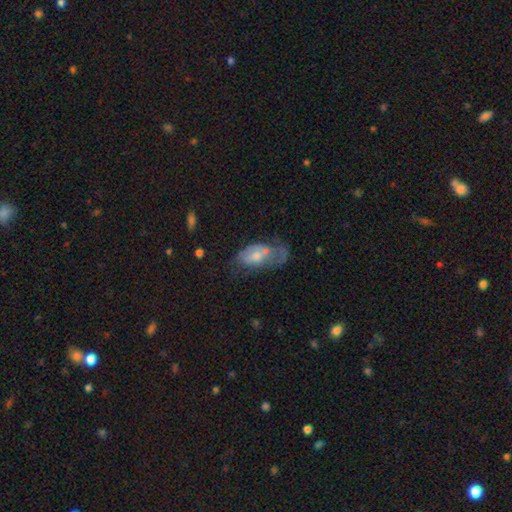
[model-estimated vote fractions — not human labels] Smooth or featured? featured or disk (46%)
Merging? major disturbance (33%)